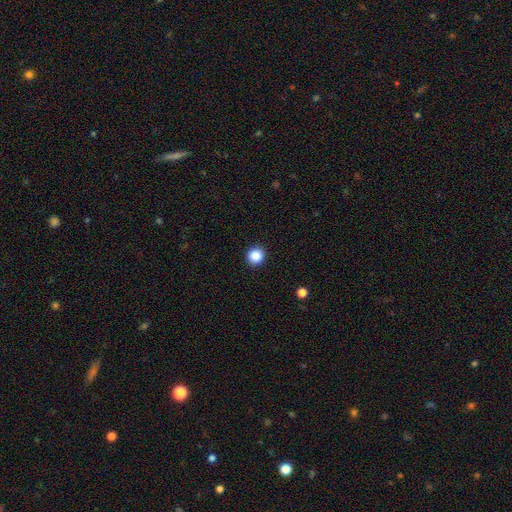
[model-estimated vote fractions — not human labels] Overall: smooth (87%). How rounded: round (94%). Merging: none (92%).